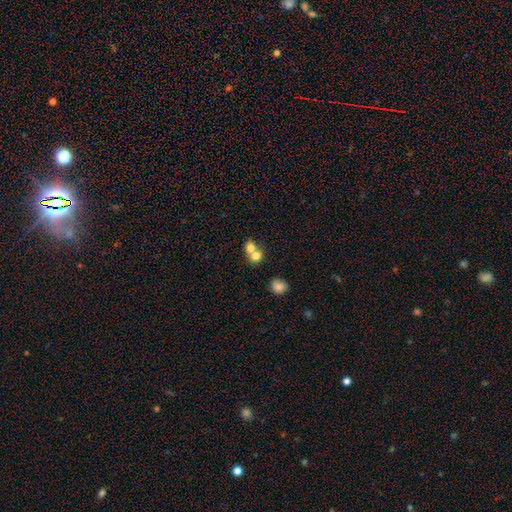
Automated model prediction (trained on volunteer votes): smooth-or-featured: smooth: 75% | featured or disk: 15% | star or artifact: 10%
  how-rounded: round: 71% | in between: 28% | cigar-shaped: 1%
  merging: merger: 65% | none: 27% | minor disturbance: 5% | major disturbance: 3%